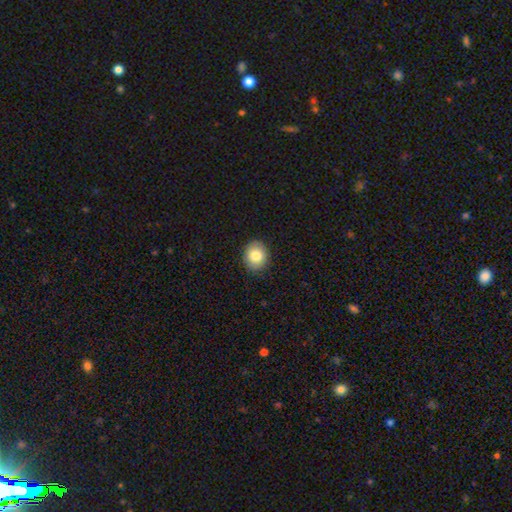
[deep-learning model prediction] Smooth or featured? Predicted: smooth (p=0.83). How rounded? Predicted: round (p=0.61). Merging? Predicted: none (p=0.89).